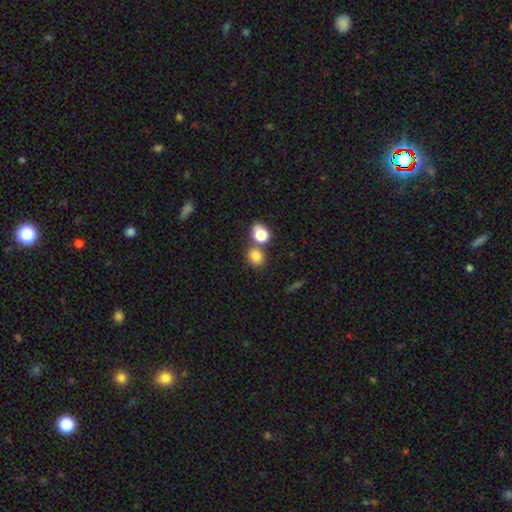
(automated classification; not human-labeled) Smooth or featured: smooth — 80% (star or artifact — 14%)
How rounded: round — 69% (in between — 30%)
Merging: none — 62% (merger — 25%)